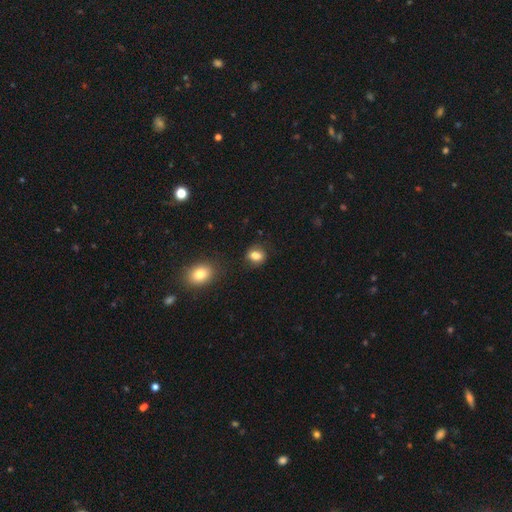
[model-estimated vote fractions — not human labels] smooth-or-featured: smooth: 81% | star or artifact: 10% | featured or disk: 9%
  how-rounded: in between: 50% | round: 49% | cigar-shaped: 2%
  merging: none: 80% | minor disturbance: 13% | major disturbance: 4% | merger: 3%